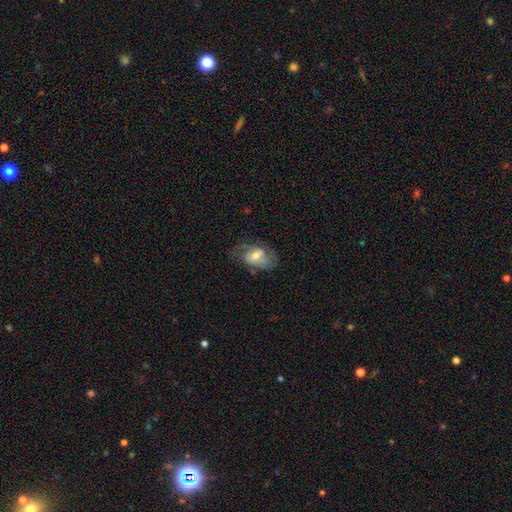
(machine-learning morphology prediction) smooth_or_featured: featured or disk (p=0.52) [alt: smooth p=0.41]
disk_edge_on: no (p=0.94) [alt: yes p=0.06]
merging: none (p=0.51) [alt: minor disturbance p=0.25]